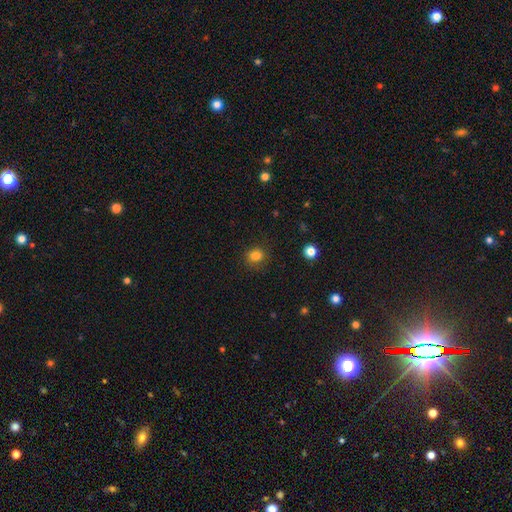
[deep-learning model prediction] This is clearly a smooth galaxy (83%). How rounded: clearly round (81%). Merging: clearly none (86%).